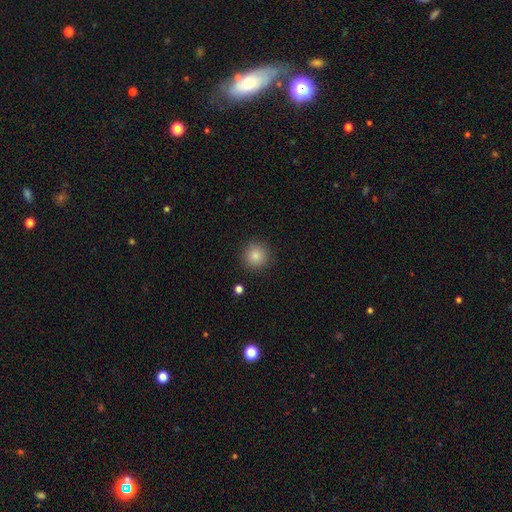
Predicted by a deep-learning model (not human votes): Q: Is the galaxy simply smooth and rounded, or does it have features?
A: smooth — 84%.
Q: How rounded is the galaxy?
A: round — 95%.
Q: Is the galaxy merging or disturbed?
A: none — 90%.